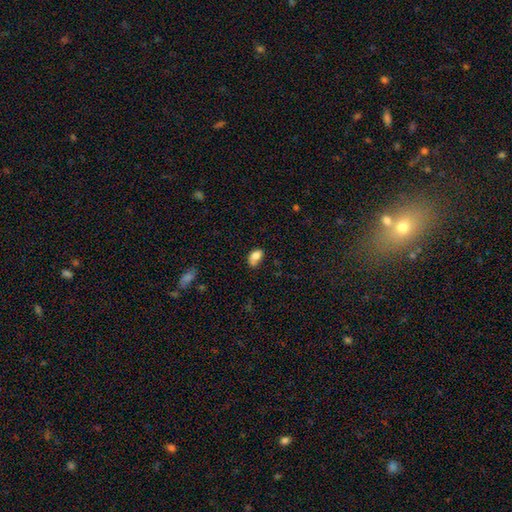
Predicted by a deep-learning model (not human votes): Overall: smooth (80%). How rounded: in between (83%). Merging: none (47%; minor disturbance 34%).